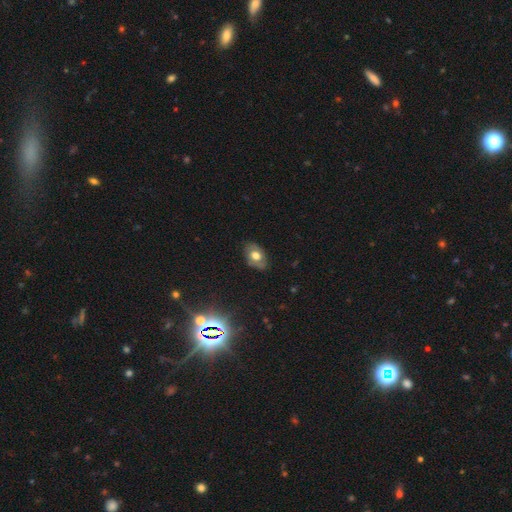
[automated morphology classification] Overall: smooth (56%; featured or disk 33%). How rounded: in between (85%). Merging: none (80%).